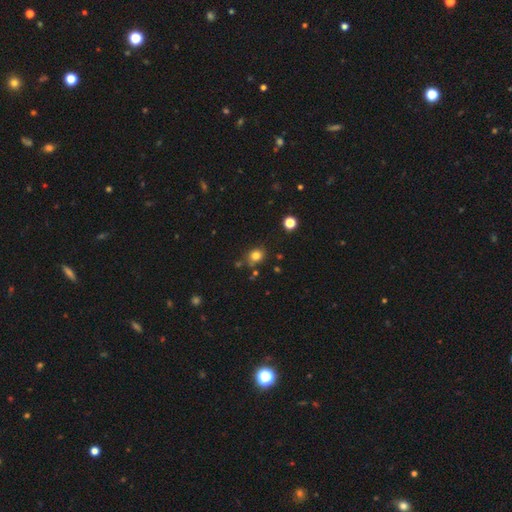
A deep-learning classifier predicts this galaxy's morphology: This is likely a smooth galaxy (79%). How rounded: likely round (72%). Merging: likely none (75%).